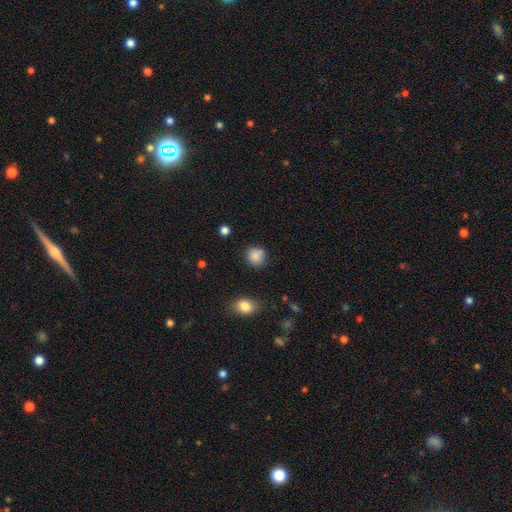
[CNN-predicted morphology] Smooth or featured? Predicted: smooth (p=0.84). How rounded? Predicted: round (p=0.85). Merging? Predicted: none (p=0.72).